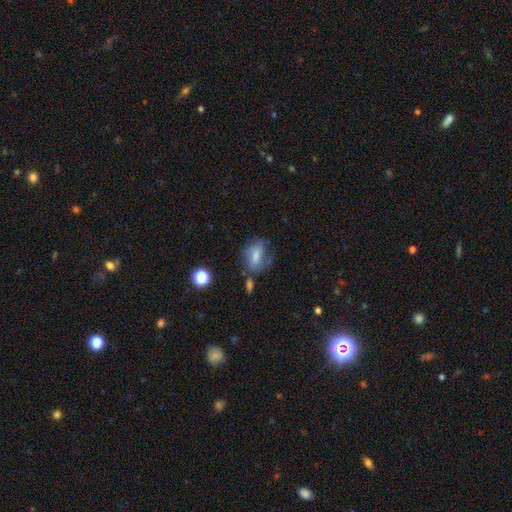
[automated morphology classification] Smooth or featured? Predicted: smooth (p=0.64). How rounded? Predicted: in between (p=0.75). Merging? Predicted: none (p=0.47).